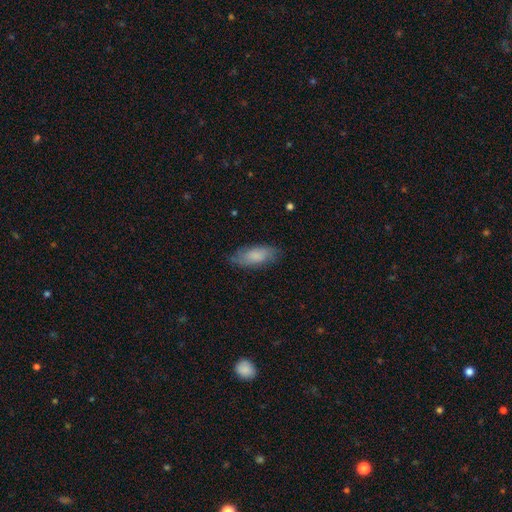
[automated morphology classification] Smooth or featured? smooth (75%)
How rounded? in between (83%)
Merging? none (76%)